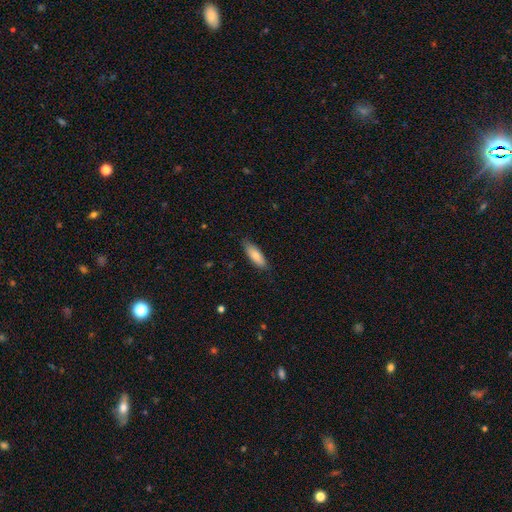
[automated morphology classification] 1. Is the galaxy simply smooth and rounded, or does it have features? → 81% smooth, 13% featured or disk, 6% star or artifact.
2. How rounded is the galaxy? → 62% in between, 36% cigar-shaped, 2% round.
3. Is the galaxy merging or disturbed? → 82% none, 14% minor disturbance, 2% major disturbance, 1% merger.